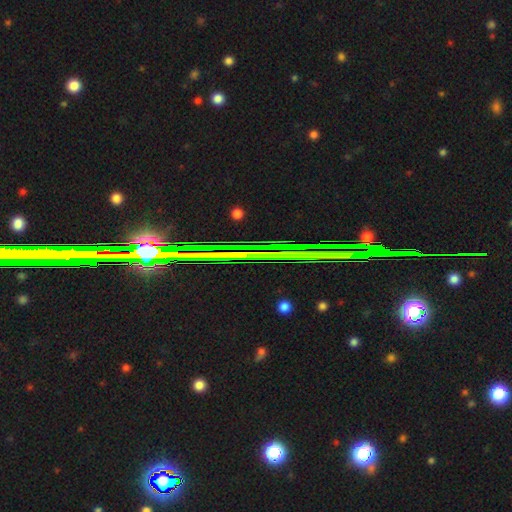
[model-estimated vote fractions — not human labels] Smooth or featured? star or artifact (78%)